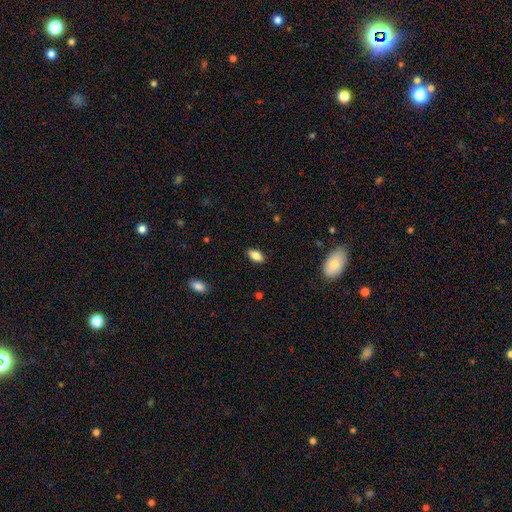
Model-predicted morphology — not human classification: A smooth galaxy with no disk features (83%) that is in between round and cigar-shaped (90%). Merging: none (88%).